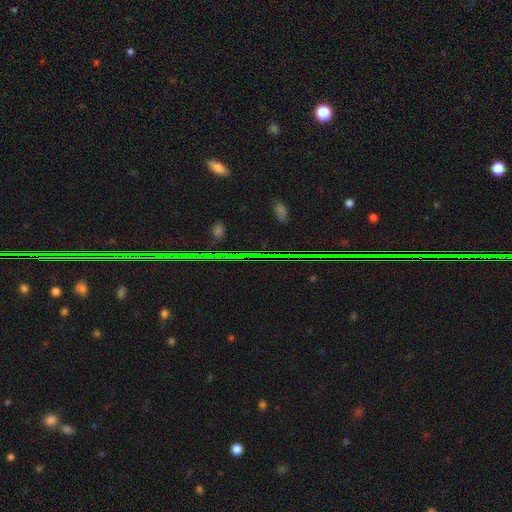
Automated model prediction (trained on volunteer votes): smooth-or-featured: star or artifact: 84% | featured or disk: 9% | smooth: 8%